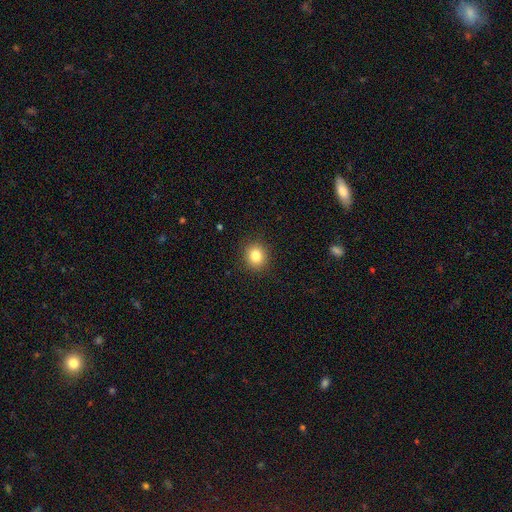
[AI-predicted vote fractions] A smooth galaxy with no disk features (83%) that is round (81%). Merging: none (90%).